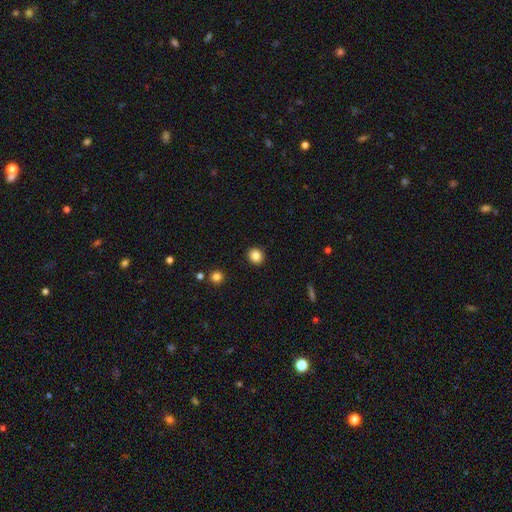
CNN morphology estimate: Smooth or featured? smooth (86%)
How rounded? round (81%)
Merging? none (91%)